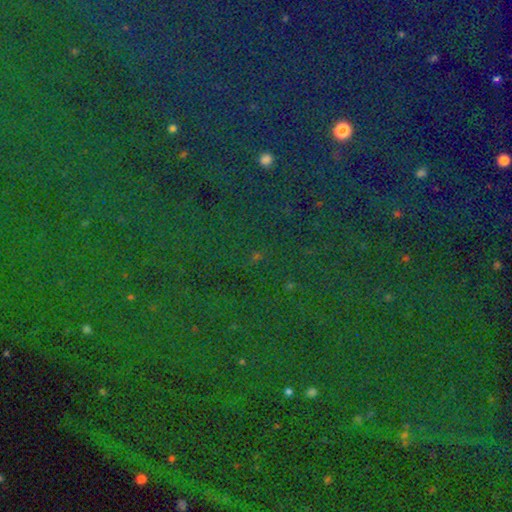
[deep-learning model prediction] Smooth or featured: star or artifact — 78% (smooth — 14%)